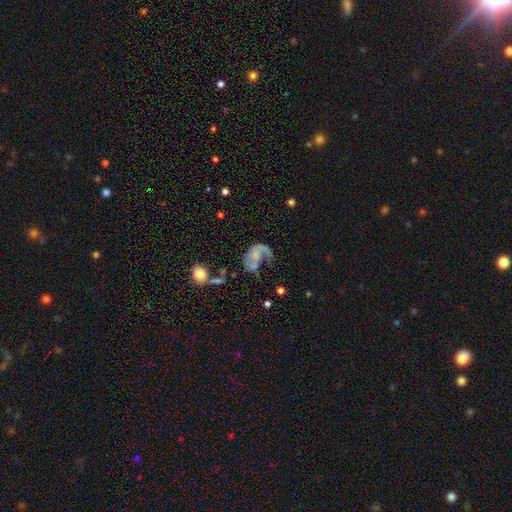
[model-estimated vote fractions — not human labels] featured or disk 67%, smooth 23%, star or artifact 10%. Down the decision tree: edge-on disk — no (97%); bar — no (70%); spiral arms — yes (76%); bulge size — none (46%); merging — major disturbance (48%).